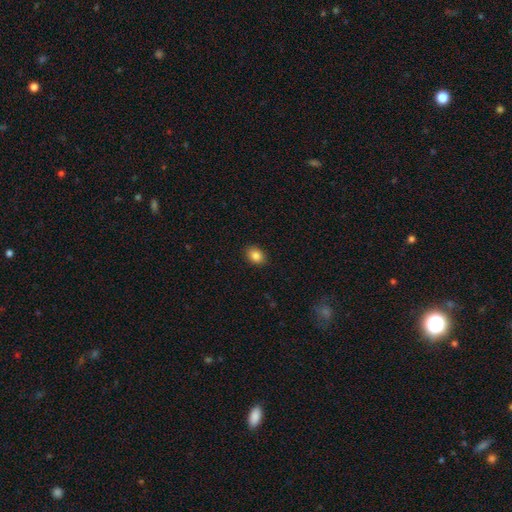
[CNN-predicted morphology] type=smooth (84%); roundness=in between (63%); merging=none (90%).